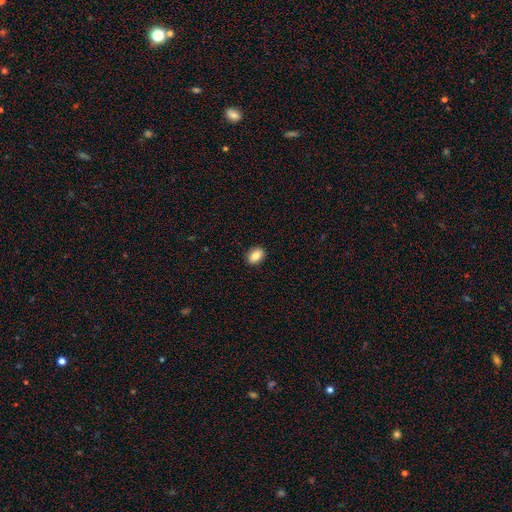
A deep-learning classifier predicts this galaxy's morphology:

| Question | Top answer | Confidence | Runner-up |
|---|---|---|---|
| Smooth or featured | smooth | 83% | star or artifact (8%) |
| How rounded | in between | 71% | round (28%) |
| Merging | none | 91% | minor disturbance (7%) |